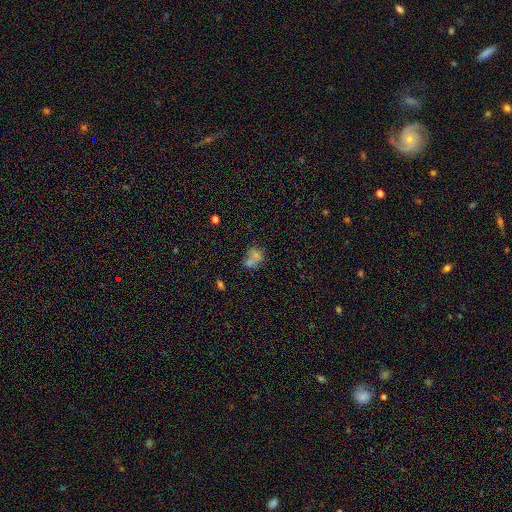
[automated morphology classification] This is likely a smooth galaxy (63%). How rounded: possibly round (58%). Merging: possibly merger (49%).